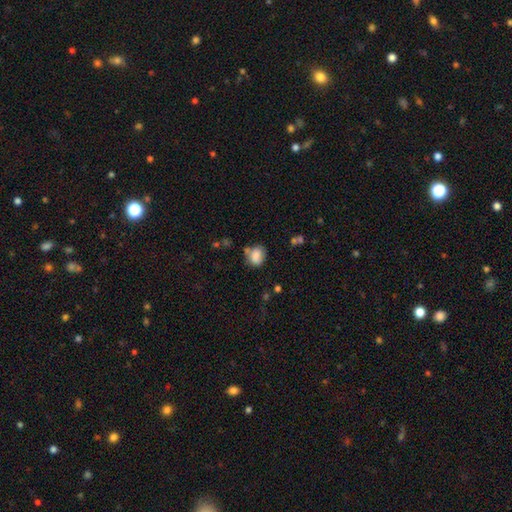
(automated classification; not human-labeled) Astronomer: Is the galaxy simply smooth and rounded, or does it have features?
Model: smooth — 80%.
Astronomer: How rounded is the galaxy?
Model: round — 52% (runner-up: in between, 47%).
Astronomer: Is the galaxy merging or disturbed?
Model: none — 60%.